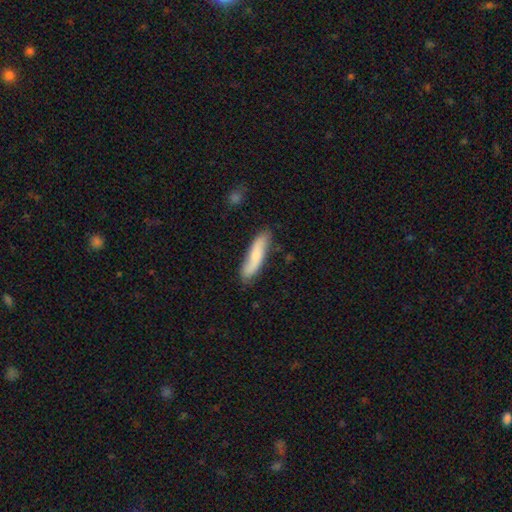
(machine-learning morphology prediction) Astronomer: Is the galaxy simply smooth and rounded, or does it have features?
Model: smooth — 65%.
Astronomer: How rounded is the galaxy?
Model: cigar-shaped — 74%.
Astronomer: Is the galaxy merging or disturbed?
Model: none — 78%.